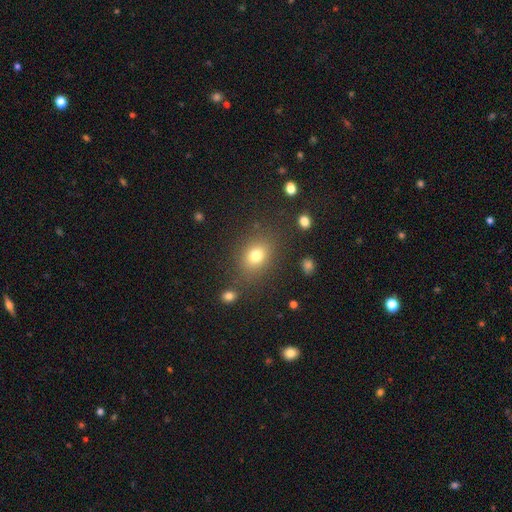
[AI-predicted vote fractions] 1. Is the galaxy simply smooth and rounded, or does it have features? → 76% smooth, 14% star or artifact, 10% featured or disk.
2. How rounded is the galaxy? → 53% in between, 45% round, 1% cigar-shaped.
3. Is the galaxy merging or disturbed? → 80% none, 11% minor disturbance, 5% major disturbance, 4% merger.